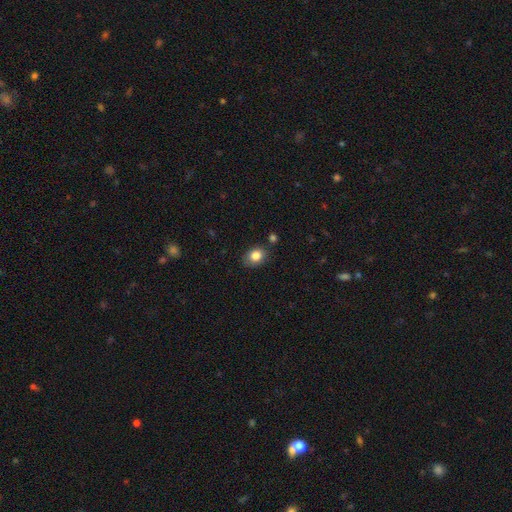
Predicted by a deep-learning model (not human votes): Smooth or featured: smooth — 83% (star or artifact — 9%)
How rounded: in between — 62% (round — 37%)
Merging: none — 79% (minor disturbance — 14%)